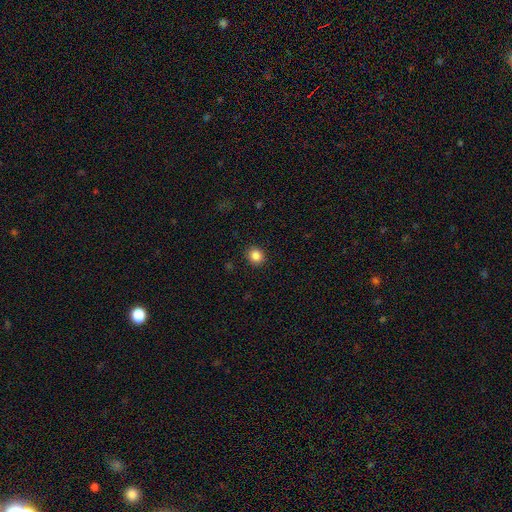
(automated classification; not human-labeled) Overall: smooth (85%). How rounded: round (81%). Merging: none (91%).